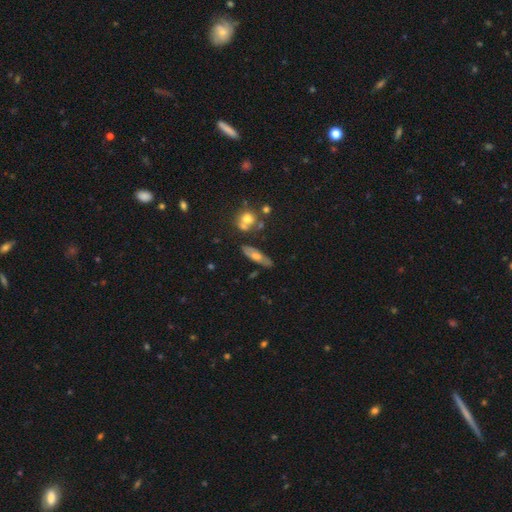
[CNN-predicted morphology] Smooth or featured: featured or disk — 47% (smooth — 45%)
Merging: none — 73% (minor disturbance — 15%)